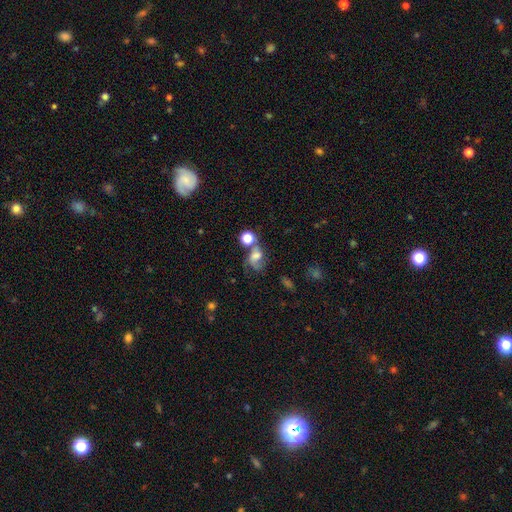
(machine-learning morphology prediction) A smooth galaxy with no disk features (45%).

Vote fractions:
- Smooth or featured? smooth: 45% / featured or disk: 38% / star or artifact: 17%
- Merging? merger: 34% / none: 32% / major disturbance: 19% / minor disturbance: 15%